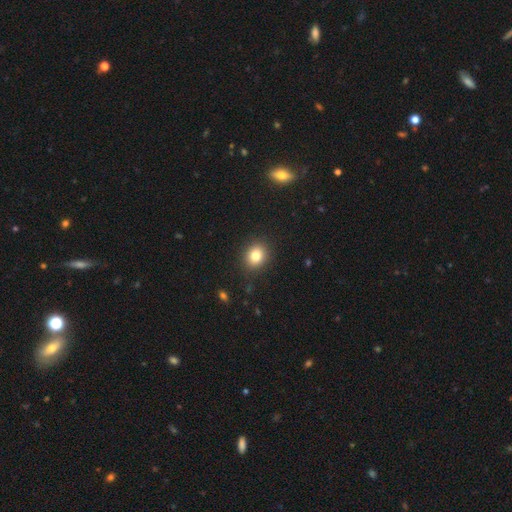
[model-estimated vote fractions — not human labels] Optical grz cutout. It shows a smooth galaxy with no disk features (82%) that is round (68%). Merging: none (89%).